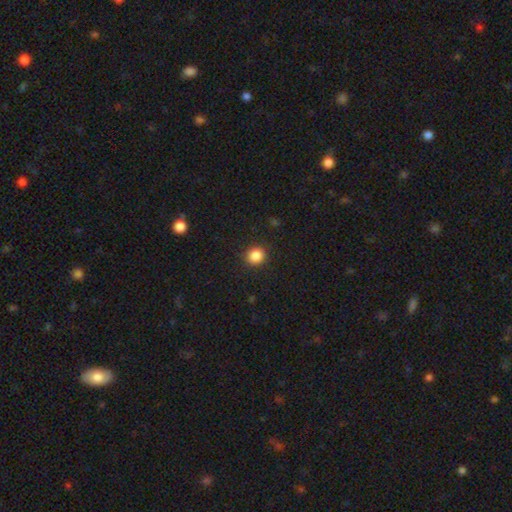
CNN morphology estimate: Smooth or featured: smooth — 86% (star or artifact — 10%)
How rounded: round — 87% (in between — 12%)
Merging: none — 90% (minor disturbance — 6%)